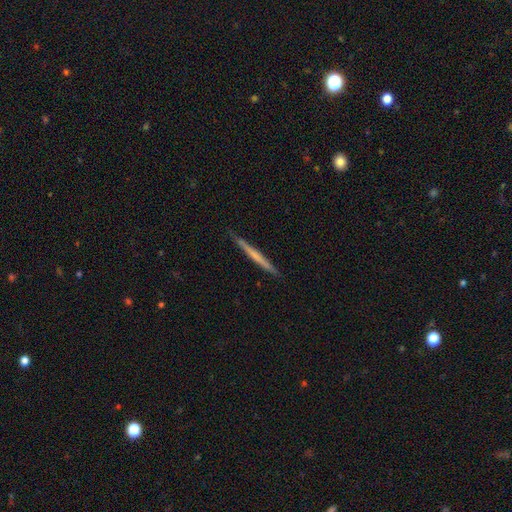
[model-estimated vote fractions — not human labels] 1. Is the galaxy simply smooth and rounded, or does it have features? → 49% featured or disk, 45% smooth, 5% star or artifact.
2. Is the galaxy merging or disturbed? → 89% none, 9% minor disturbance, 1% major disturbance, 1% merger.